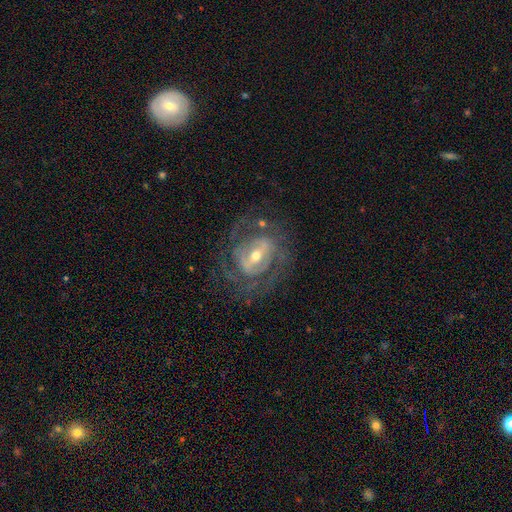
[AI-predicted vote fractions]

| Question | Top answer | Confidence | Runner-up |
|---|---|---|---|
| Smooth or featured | featured or disk | 84% | smooth (9%) |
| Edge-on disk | no | 95% | yes (5%) |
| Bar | strong | 40% | tied: weak (40%) |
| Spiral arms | yes | 83% | no (17%) |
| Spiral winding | tight | 52% | medium (36%) |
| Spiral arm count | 2 | 37% | can't tell (34%) |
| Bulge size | moderate | 58% | small (36%) |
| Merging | none | 67% | minor disturbance (16%) |